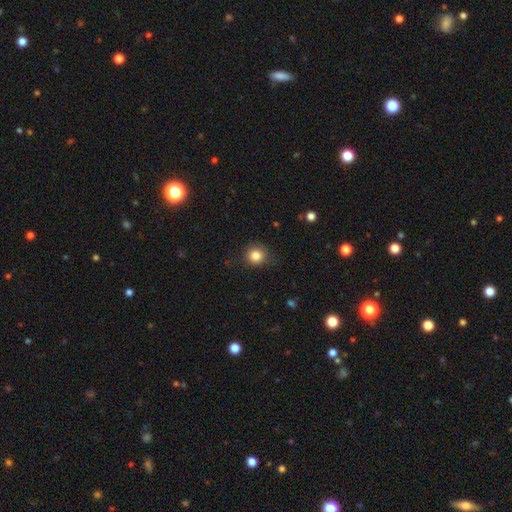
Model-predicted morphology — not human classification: The model was most divided on "merging": none: 83%, minor disturbance: 12%, major disturbance: 3%, merger: 1%. More confident: how rounded — round (91%); smooth or featured — smooth (84%).